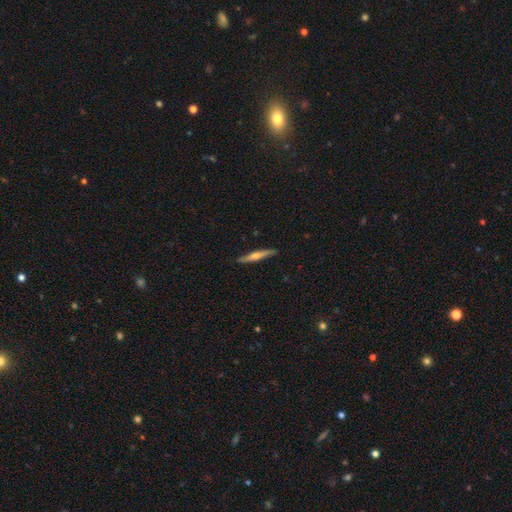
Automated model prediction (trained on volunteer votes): Q: Smooth or featured?
A: featured or disk (62%); runner-up: smooth (33%)
Q: Edge-on disk?
A: yes (97%); runner-up: no (3%)
Q: Edge-on bulge?
A: rounded (77%); runner-up: none (14%)
Q: Merging?
A: none (89%); runner-up: minor disturbance (8%)